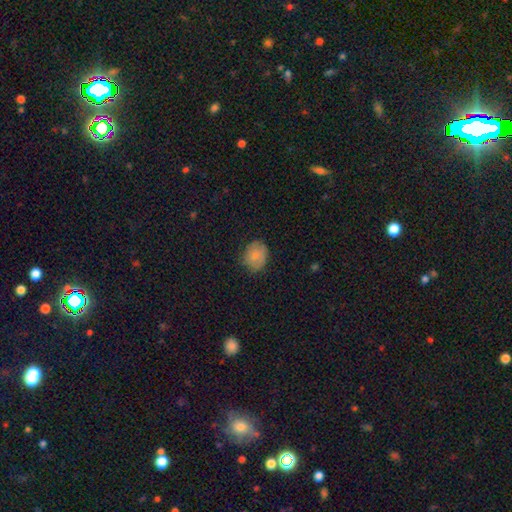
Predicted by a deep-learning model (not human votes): smooth 80%, featured or disk 12%, star or artifact 8%. Down the decision tree: how rounded — round (53%); merging — none (73%).